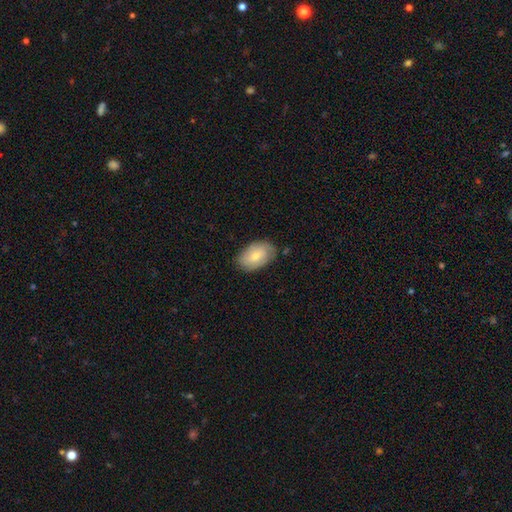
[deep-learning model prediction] Q: Smooth or featured?
A: smooth (58%); runner-up: featured or disk (36%)
Q: How rounded?
A: in between (90%); runner-up: round (9%)
Q: Merging?
A: none (76%); runner-up: minor disturbance (19%)